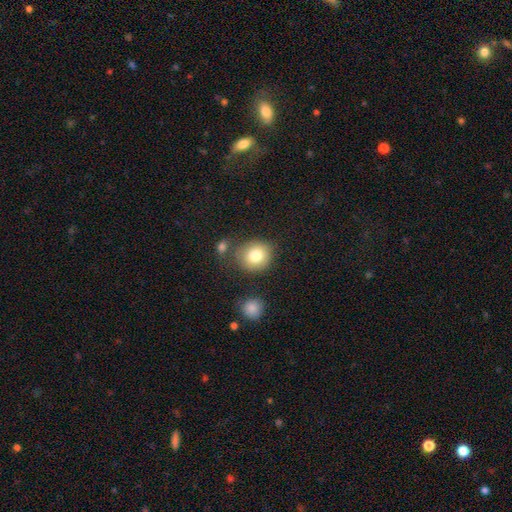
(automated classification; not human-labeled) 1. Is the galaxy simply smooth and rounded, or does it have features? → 79% smooth, 11% featured or disk, 9% star or artifact.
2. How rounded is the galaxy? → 79% round, 20% in between, 1% cigar-shaped.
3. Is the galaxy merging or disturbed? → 71% none, 14% minor disturbance, 9% merger, 5% major disturbance.